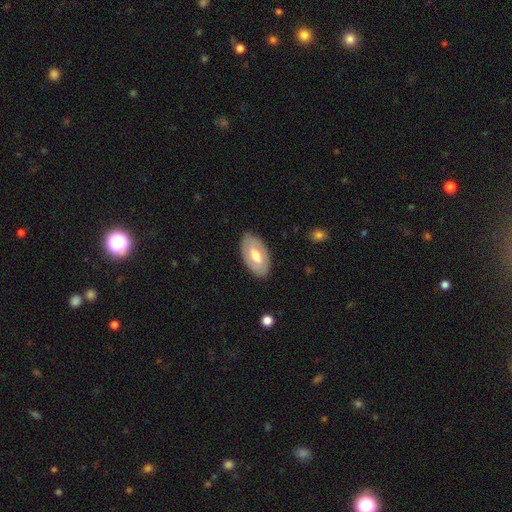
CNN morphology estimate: Smooth or featured? featured or disk (50%)
Edge-on disk? no (89%)
Merging? none (83%)